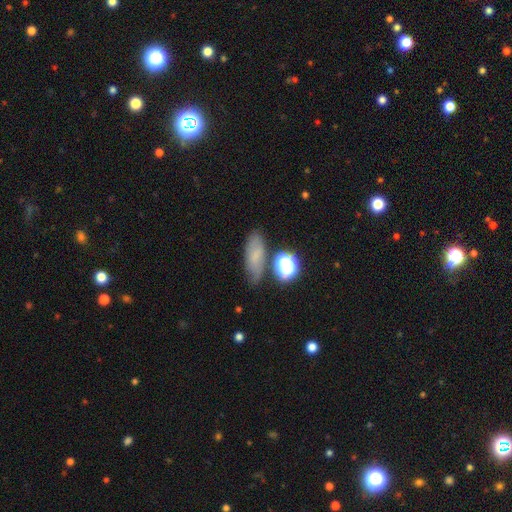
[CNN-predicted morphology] Smooth or featured?
  - smooth: 60% *
  - featured or disk: 22%
  - star or artifact: 18%
How rounded?
  - in between: 64% *
  - cigar-shaped: 23%
  - round: 14%
Merging?
  - none: 65% *
  - minor disturbance: 20%
  - merger: 8%
  - major disturbance: 7%